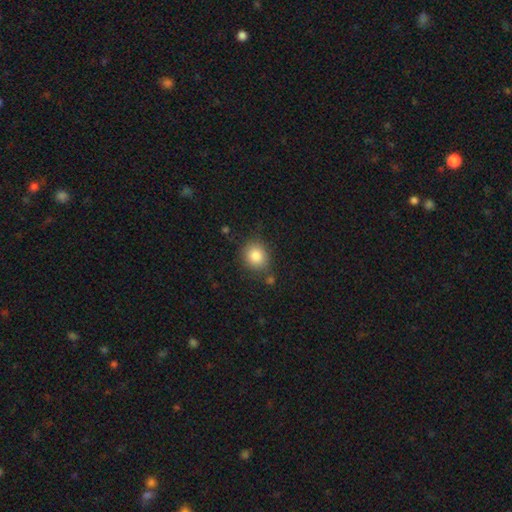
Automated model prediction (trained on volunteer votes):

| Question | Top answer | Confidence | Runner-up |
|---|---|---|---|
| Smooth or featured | smooth | 84% | star or artifact (10%) |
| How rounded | round | 78% | in between (21%) |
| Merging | none | 79% | minor disturbance (13%) |